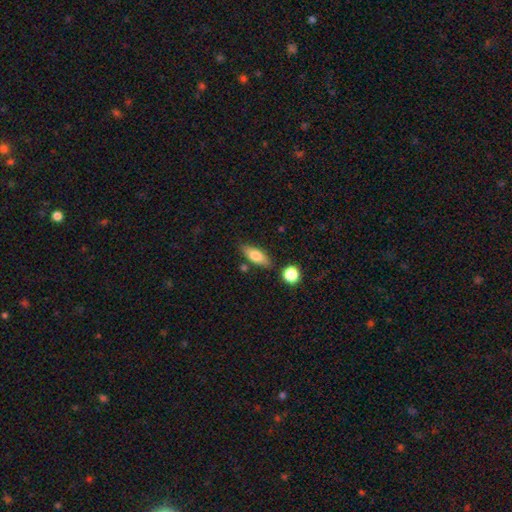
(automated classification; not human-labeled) smooth-or-featured: smooth: 73% | featured or disk: 20% | star or artifact: 7%
  how-rounded: in between: 74% | cigar-shaped: 21% | round: 4%
  merging: none: 78% | minor disturbance: 13% | merger: 6% | major disturbance: 3%